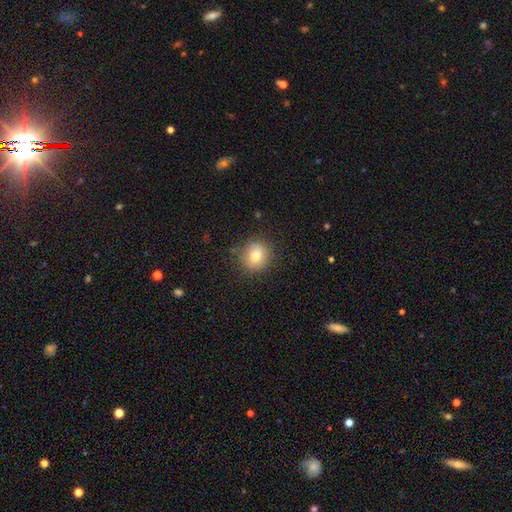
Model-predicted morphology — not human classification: A smooth galaxy with no disk features (78%) that is round (83%). Merging: none (84%).